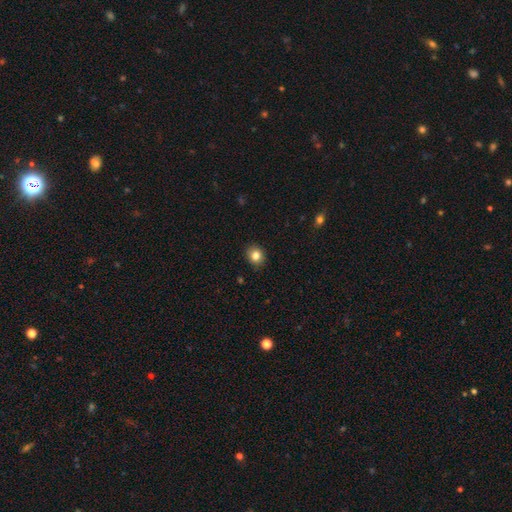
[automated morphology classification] Overall: smooth (83%). How rounded: round (75%). Merging: none (90%).